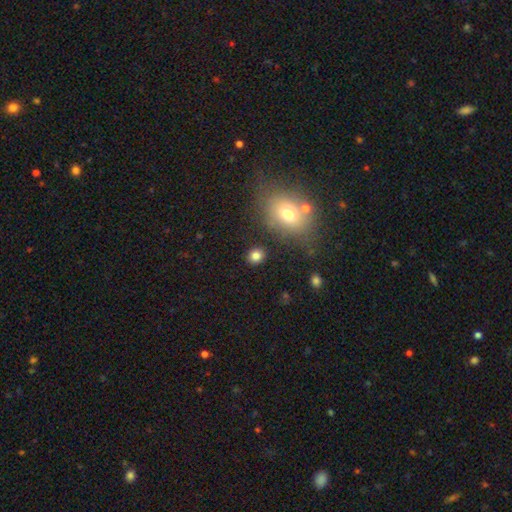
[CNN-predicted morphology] Smooth or featured: smooth — 83% (star or artifact — 11%)
How rounded: round — 75% (in between — 24%)
Merging: none — 87% (minor disturbance — 7%)